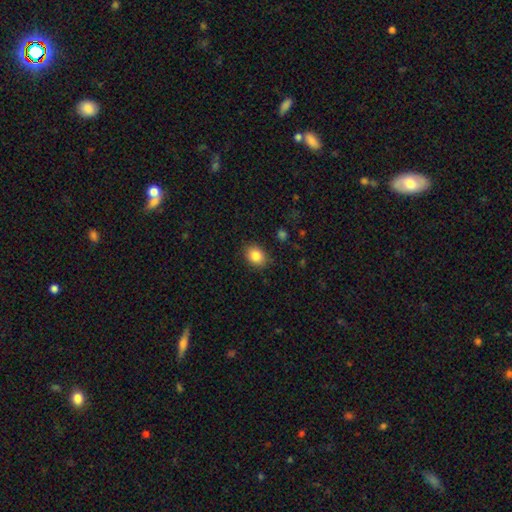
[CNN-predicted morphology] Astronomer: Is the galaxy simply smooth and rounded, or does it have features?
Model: smooth — 85%.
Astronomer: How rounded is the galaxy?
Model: in between — 50% (runner-up: round, 49%).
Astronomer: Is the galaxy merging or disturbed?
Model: none — 85%.